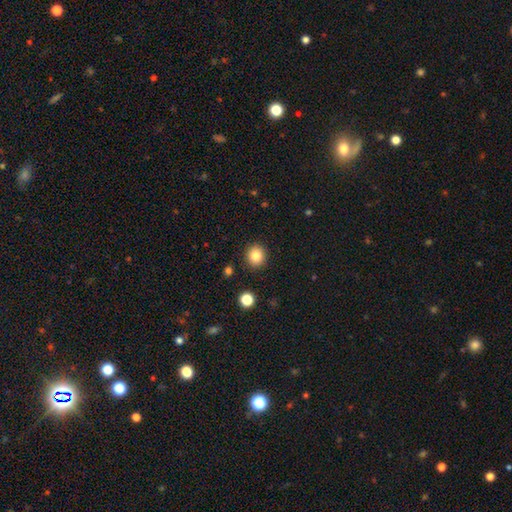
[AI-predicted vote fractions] A smooth galaxy with no disk features (83%) that is round (85%). Merging: none (91%).